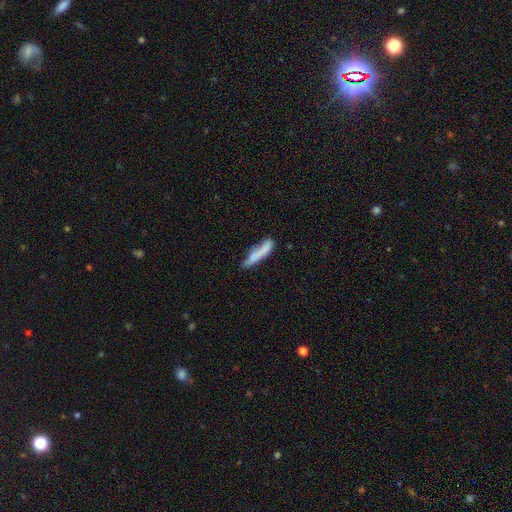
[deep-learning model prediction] Smooth or featured: smooth — 73% (featured or disk — 20%)
How rounded: cigar-shaped — 88% (in between — 11%)
Merging: none — 63% (minor disturbance — 23%)